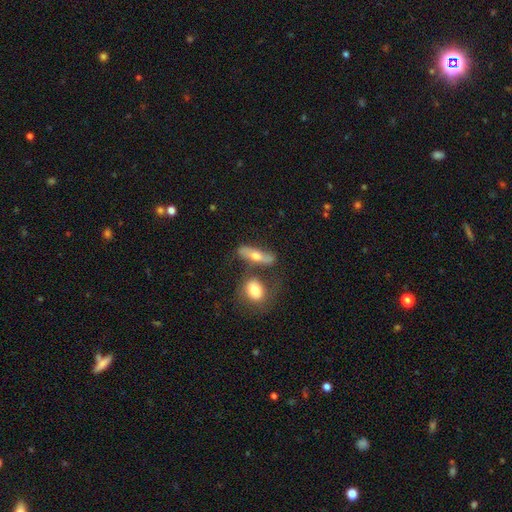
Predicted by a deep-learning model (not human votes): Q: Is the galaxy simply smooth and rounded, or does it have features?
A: smooth — 52%.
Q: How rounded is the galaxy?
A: cigar-shaped — 46%, tied with in between.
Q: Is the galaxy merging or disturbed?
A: none — 54%.